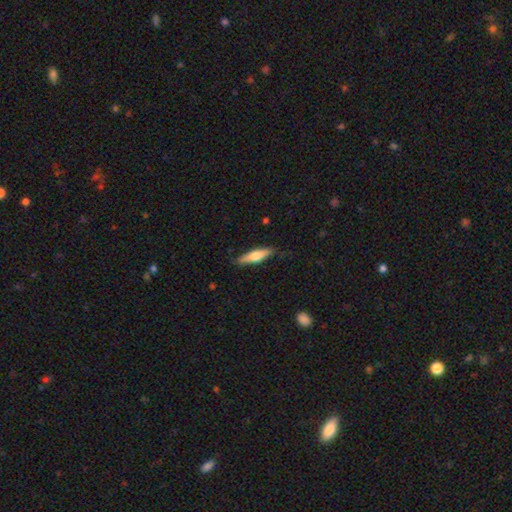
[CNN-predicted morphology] Overall: smooth (54%; featured or disk 40%). How rounded: cigar-shaped (72%). Merging: none (84%).